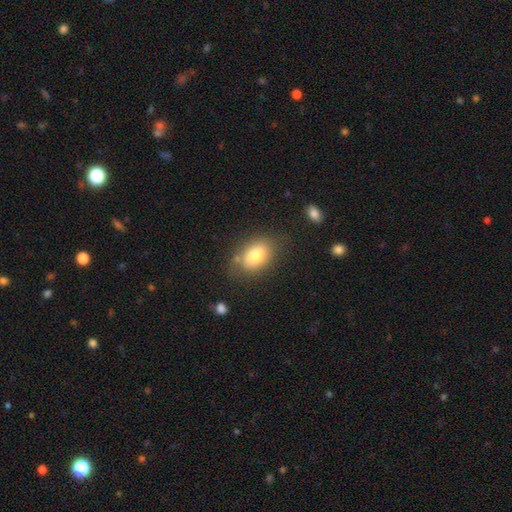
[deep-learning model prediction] smooth_or_featured: smooth (p=0.79) [alt: featured or disk p=0.13]
how_rounded: in between (p=0.83) [alt: round p=0.16]
merging: none (p=0.74) [alt: minor disturbance p=0.17]